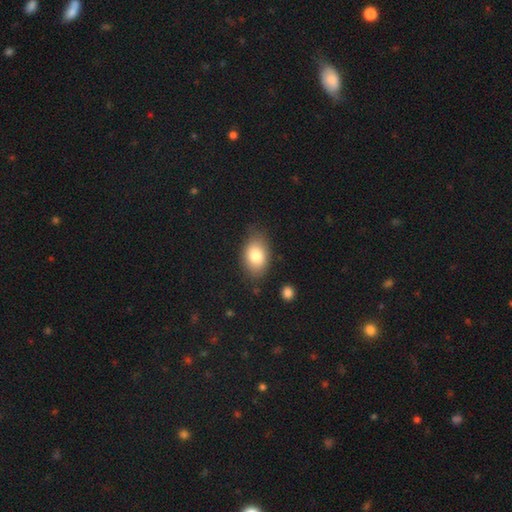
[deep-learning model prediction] smooth 80%, featured or disk 12%, star or artifact 8%. Down the decision tree: how rounded — in between (86%); merging — none (77%).